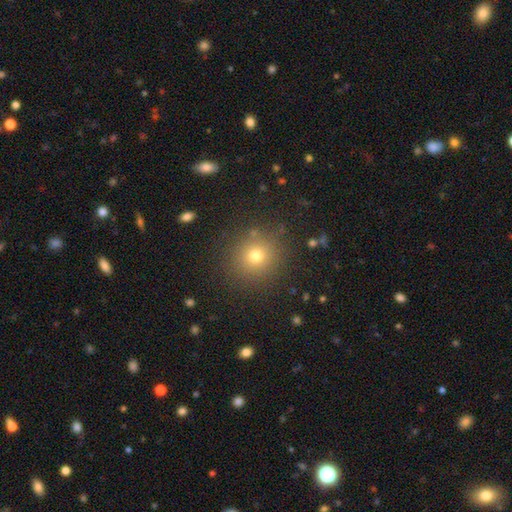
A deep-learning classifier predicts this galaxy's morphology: type=smooth (73%); roundness=round (90%); merging=none (88%).